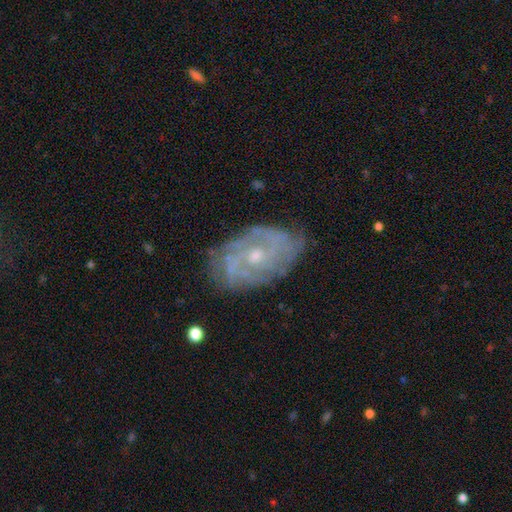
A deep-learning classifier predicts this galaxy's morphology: This appears to be a featured or disk galaxy (80%) with no bar (69%), tight (58%) spiral arms (89%) and a small central bulge (58%). Merging: none (76%).